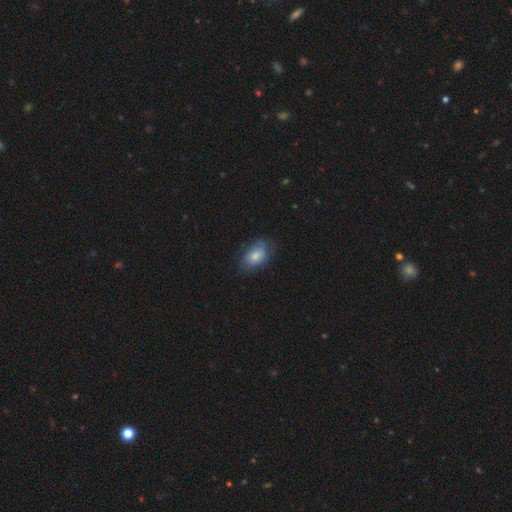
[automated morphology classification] This appears to be a smooth galaxy with no disk features (72%) that is in between round and cigar-shaped (85%). Merging: none (66%).